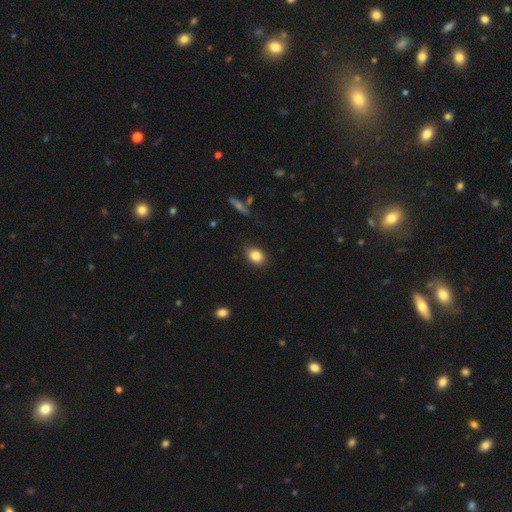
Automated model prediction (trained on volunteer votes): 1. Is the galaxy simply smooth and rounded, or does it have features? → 84% smooth, 9% star or artifact, 6% featured or disk.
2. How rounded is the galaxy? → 66% in between, 32% round, 1% cigar-shaped.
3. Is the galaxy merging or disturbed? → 85% none, 12% minor disturbance, 2% major disturbance, 1% merger.